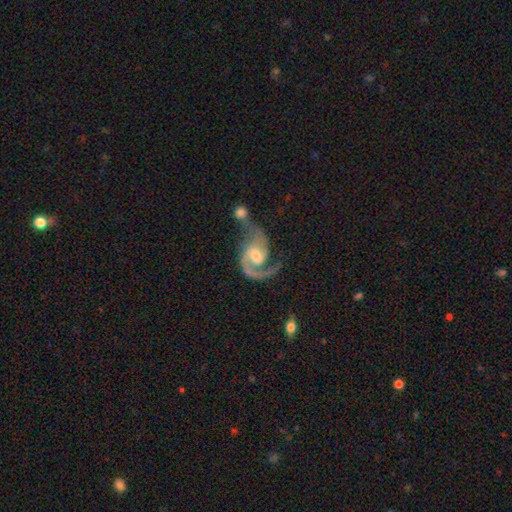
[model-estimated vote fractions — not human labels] A featured or disk galaxy (91%) with a weak bar (45%), 2 (81%) medium (55%) spiral arms (98%) and a moderate central bulge (64%). Merging: merger (34%).